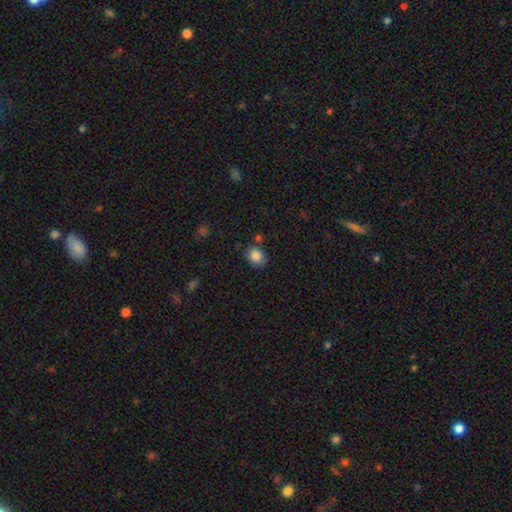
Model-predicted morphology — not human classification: Q: Smooth or featured?
A: smooth (85%); runner-up: star or artifact (9%)
Q: How rounded?
A: in between (56%); runner-up: round (43%)
Q: Merging?
A: none (73%); runner-up: minor disturbance (17%)